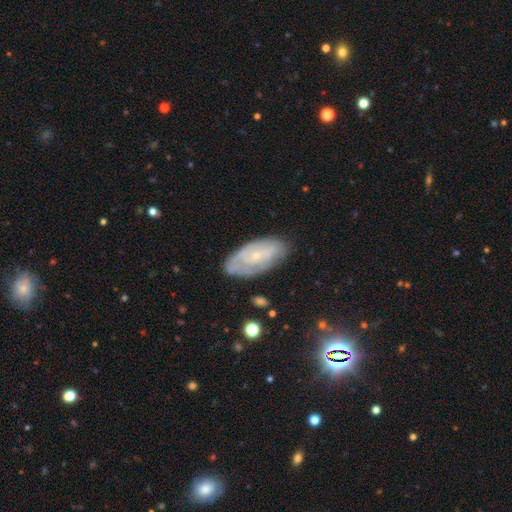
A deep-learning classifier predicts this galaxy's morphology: Smooth or featured? Predicted: featured or disk (p=0.61). Edge-on disk? Predicted: no (p=0.91). Bar? Predicted: no (p=0.74). Spiral arms? Predicted: yes (p=0.61). Bulge size? Predicted: small (p=0.77). Merging? Predicted: none (p=0.71).